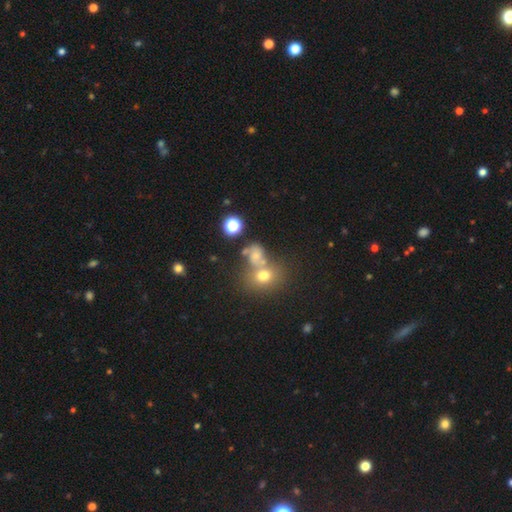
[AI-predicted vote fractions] The model was most divided on "how rounded": round: 53%, in between: 45%, cigar-shaped: 2%. Remaining: smooth or featured — smooth (61%); merging — merger (47%).